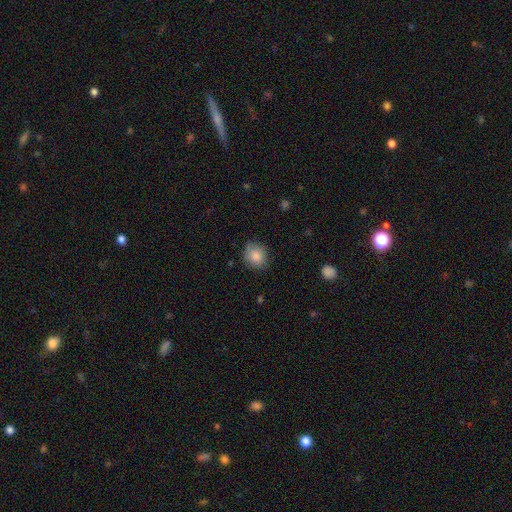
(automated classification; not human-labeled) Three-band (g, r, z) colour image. It shows a smooth galaxy with no disk features (86%) that is round (70%). Merging: none (77%).